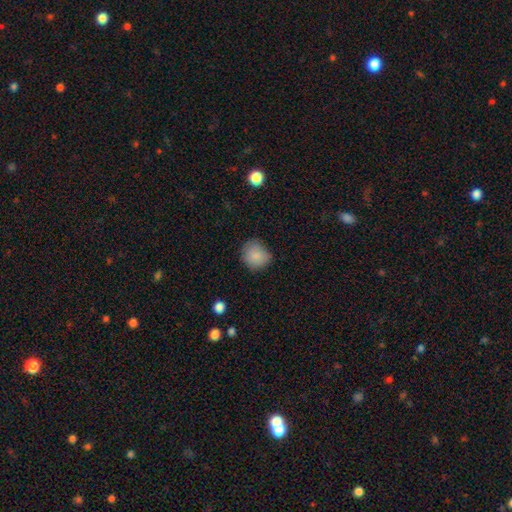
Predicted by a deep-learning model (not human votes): smooth-or-featured: smooth: 85% | star or artifact: 9% | featured or disk: 6%
  how-rounded: round: 80% | in between: 19% | cigar-shaped: 1%
  merging: none: 72% | minor disturbance: 22% | major disturbance: 4% | merger: 1%